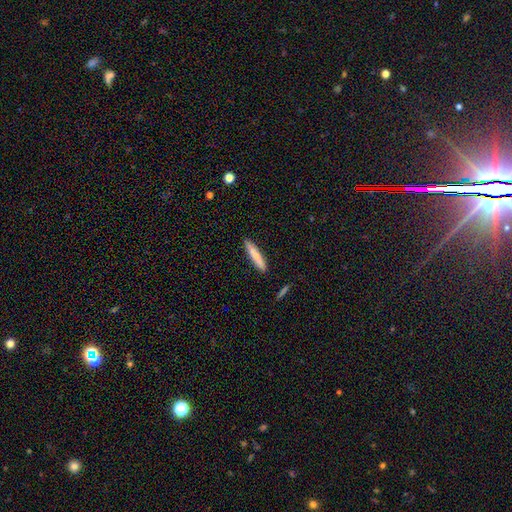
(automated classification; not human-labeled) Smooth or featured? Predicted: smooth (p=0.78). How rounded? Predicted: cigar-shaped (p=0.91). Merging? Predicted: none (p=0.89).